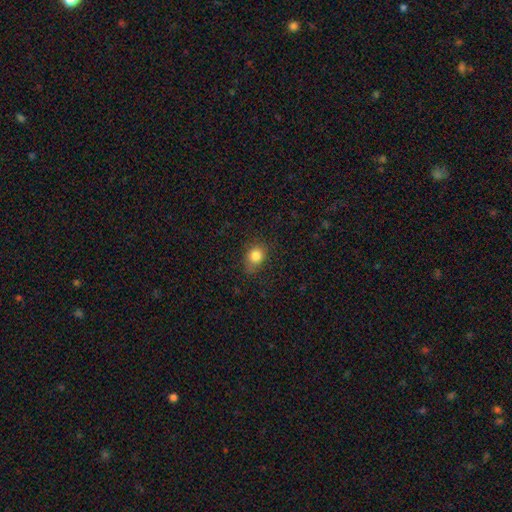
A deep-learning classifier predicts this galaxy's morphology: Smooth or featured? smooth (83%)
How rounded? round (55%)
Merging? none (70%)